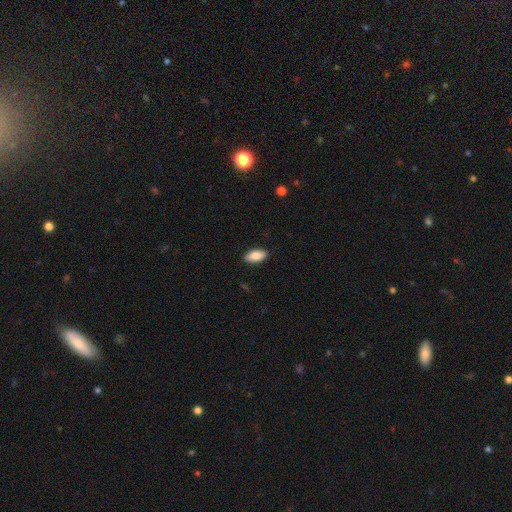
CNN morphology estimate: This appears to be a smooth galaxy with no disk features (87%) that is in between round and cigar-shaped (92%). Merging: none (90%).